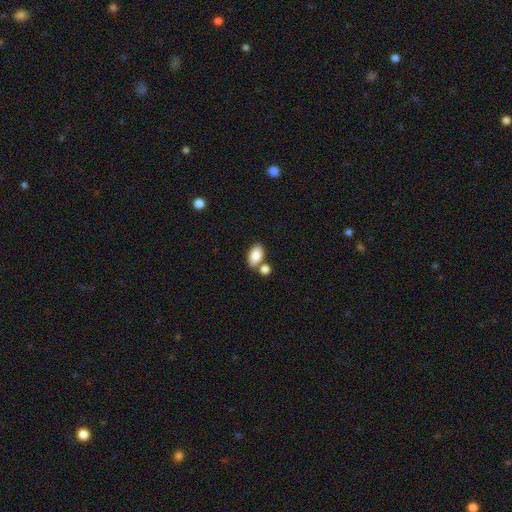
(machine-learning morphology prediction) smooth_or_featured: smooth (p=0.85) [alt: featured or disk p=0.08]
how_rounded: in between (p=0.92) [alt: round p=0.06]
merging: none (p=0.61) [alt: merger p=0.24]